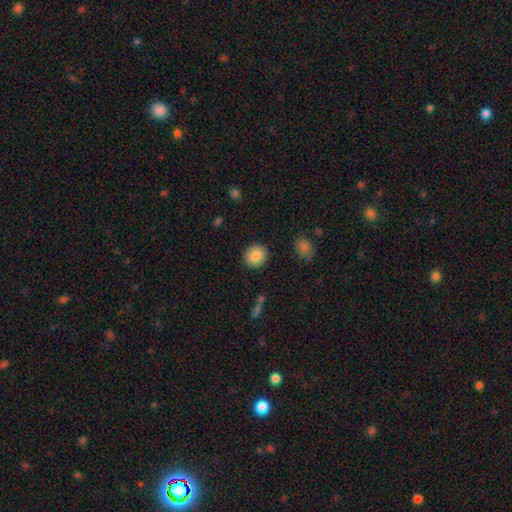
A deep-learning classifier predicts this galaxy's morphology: Smooth or featured? smooth (85%)
How rounded? round (89%)
Merging? none (91%)